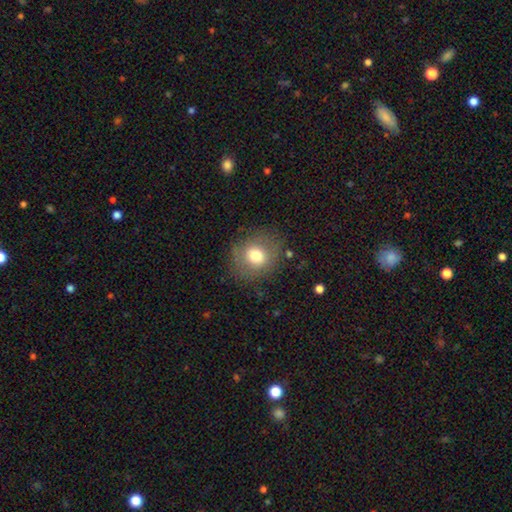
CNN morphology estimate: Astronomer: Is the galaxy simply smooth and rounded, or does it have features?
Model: smooth — 72%.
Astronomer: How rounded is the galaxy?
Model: round — 81%.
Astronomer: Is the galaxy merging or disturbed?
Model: none — 79%.